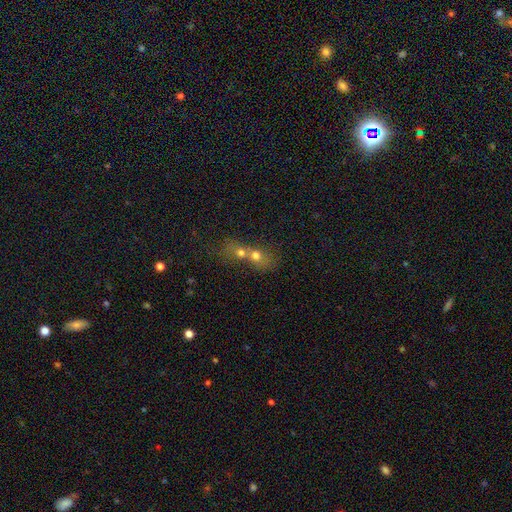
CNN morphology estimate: Q: Smooth or featured?
A: smooth (60%); runner-up: featured or disk (26%)
Q: How rounded?
A: round (57%); runner-up: in between (38%)
Q: Merging?
A: merger (78%); runner-up: none (14%)